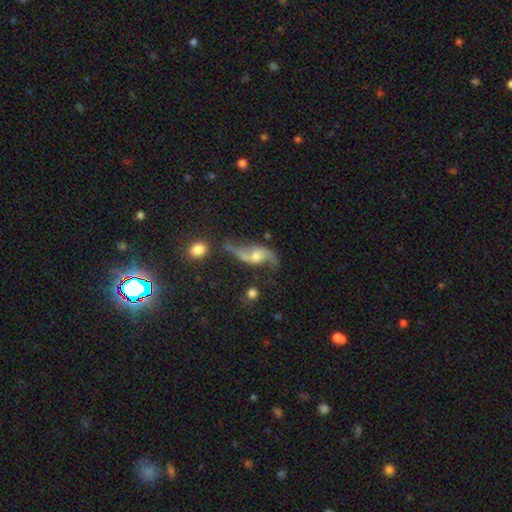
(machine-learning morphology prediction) Q: Smooth or featured?
A: featured or disk (84%); runner-up: smooth (9%)
Q: Edge-on disk?
A: no (93%); runner-up: yes (7%)
Q: Bar?
A: no (58%); runner-up: weak (33%)
Q: Spiral arms?
A: yes (94%); runner-up: no (6%)
Q: Spiral winding?
A: loose (87%); runner-up: medium (10%)
Q: Spiral arm count?
A: 2 (92%); runner-up: 1 (3%)
Q: Bulge size?
A: moderate (48%); runner-up: small (34%)
Q: Merging?
A: none (56%); runner-up: minor disturbance (20%)